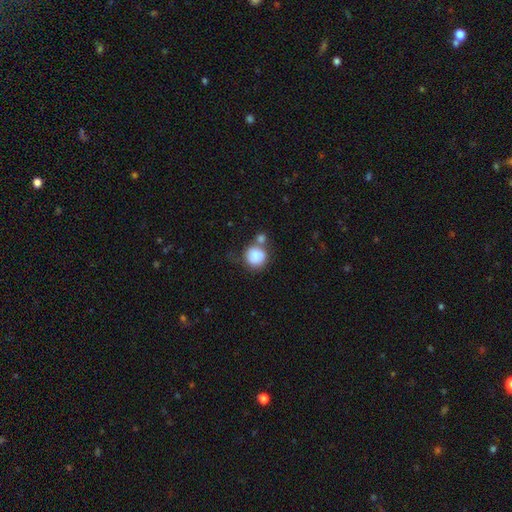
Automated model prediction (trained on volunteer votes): smooth-or-featured: smooth: 81% | featured or disk: 12% | star or artifact: 8%
  how-rounded: round: 84% | in between: 15% | cigar-shaped: 1%
  merging: none: 40% | merger: 34% | minor disturbance: 17% | major disturbance: 9%